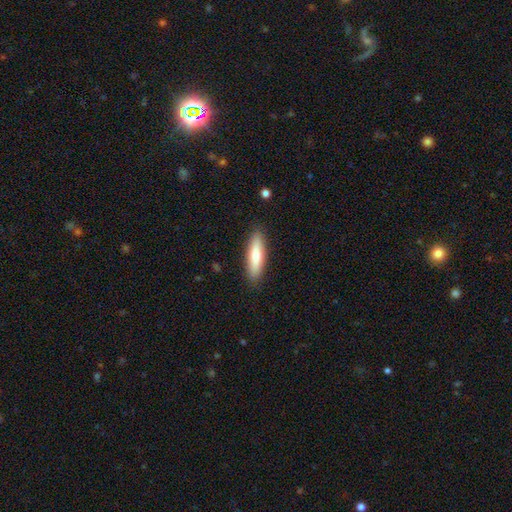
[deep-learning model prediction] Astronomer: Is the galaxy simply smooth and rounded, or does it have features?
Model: smooth — 77%.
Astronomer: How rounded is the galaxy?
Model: cigar-shaped — 62%.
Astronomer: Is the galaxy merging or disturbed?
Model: none — 88%.